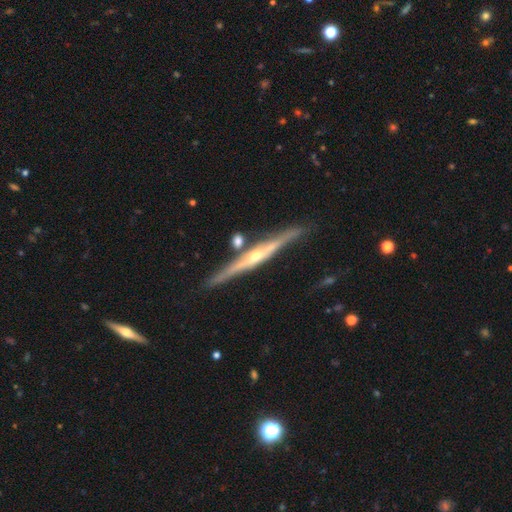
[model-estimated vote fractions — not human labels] The model was most divided on "edge-on bulge": rounded: 82%, none: 12%, boxy: 6%. More confident: edge-on disk — yes (98%); merging — none (85%); smooth or featured — featured or disk (84%).